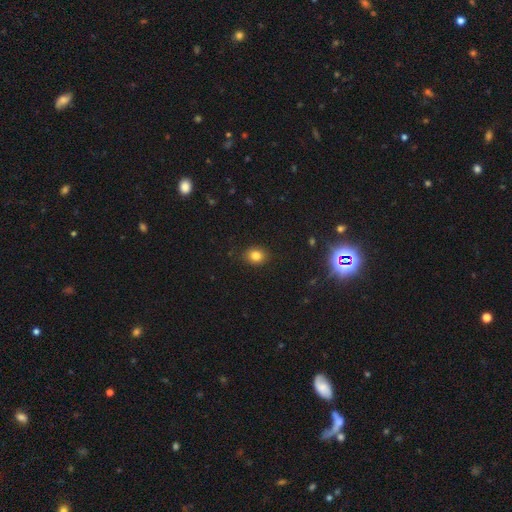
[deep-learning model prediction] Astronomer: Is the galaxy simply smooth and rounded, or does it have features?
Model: smooth — 82%.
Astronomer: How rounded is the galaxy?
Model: round — 63%.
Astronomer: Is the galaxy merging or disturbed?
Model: none — 88%.